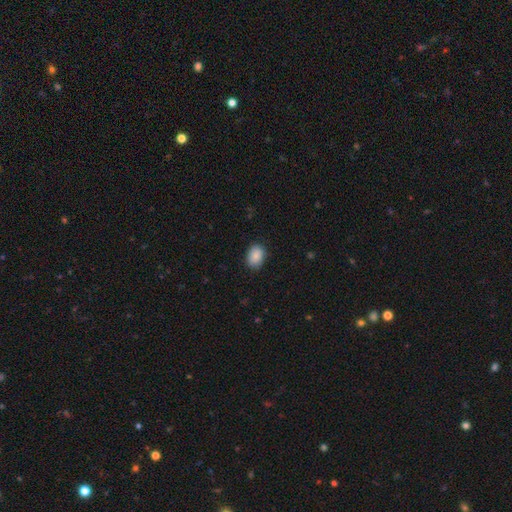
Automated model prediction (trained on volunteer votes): This appears to be a smooth galaxy with no disk features (89%) that is in between round and cigar-shaped (75%). Merging: none (87%).